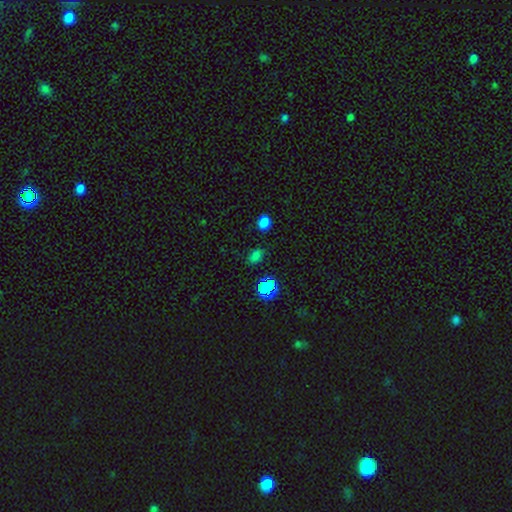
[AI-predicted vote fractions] smooth_or_featured: smooth (p=0.67) [alt: star or artifact p=0.28]
how_rounded: in between (p=0.71) [alt: round p=0.27]
merging: none (p=0.80) [alt: minor disturbance p=0.13]